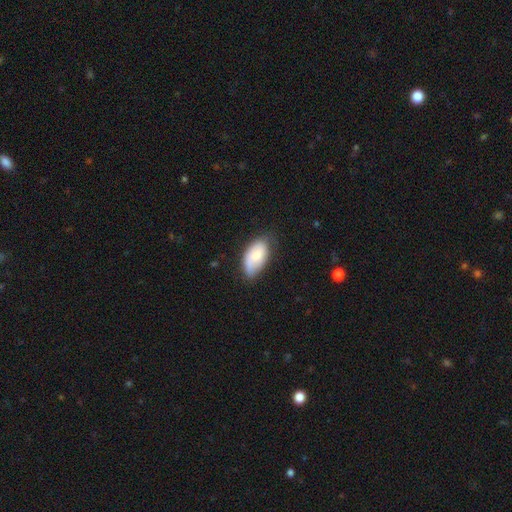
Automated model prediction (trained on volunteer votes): Smooth or featured?
  - smooth: 73% *
  - featured or disk: 21%
  - star or artifact: 6%
How rounded?
  - in between: 94% *
  - round: 4%
  - cigar-shaped: 2%
Merging?
  - none: 58% *
  - minor disturbance: 33%
  - major disturbance: 7%
  - merger: 2%